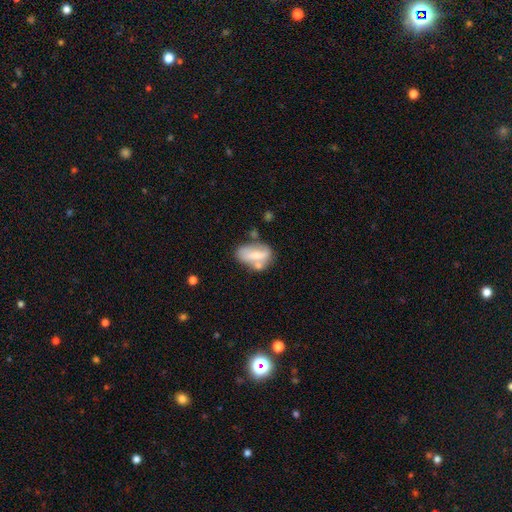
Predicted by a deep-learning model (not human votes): A smooth galaxy with no disk features (49%). Merging: none (44%).